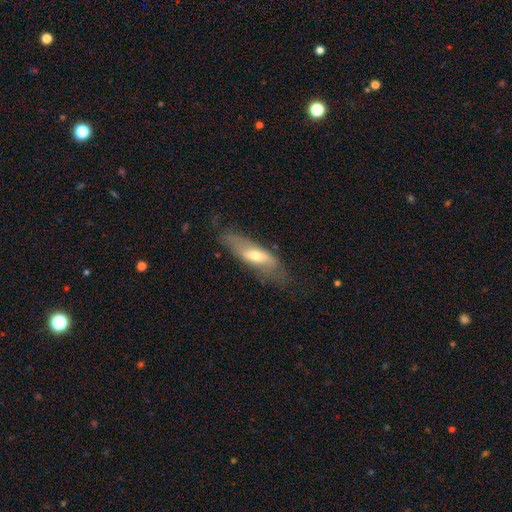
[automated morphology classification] Smooth or featured?
  - smooth: 49% *
  - featured or disk: 45%
  - star or artifact: 7%
Merging?
  - none: 57% *
  - minor disturbance: 27%
  - major disturbance: 14%
  - merger: 2%